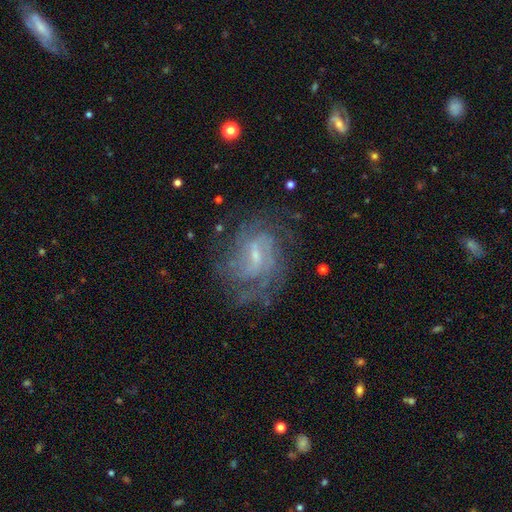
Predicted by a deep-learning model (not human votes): This is clearly a featured or disk galaxy (81%). It is clearly not viewed edge-on (97%). Bar: possibly weak (58%). Spiral arm pattern: clearly yes (90%). Spiral arm count: marginally can't tell (44%). Spiral winding: possibly tight (47%). Central bulge: likely small (65%). Merging: likely none (65%).